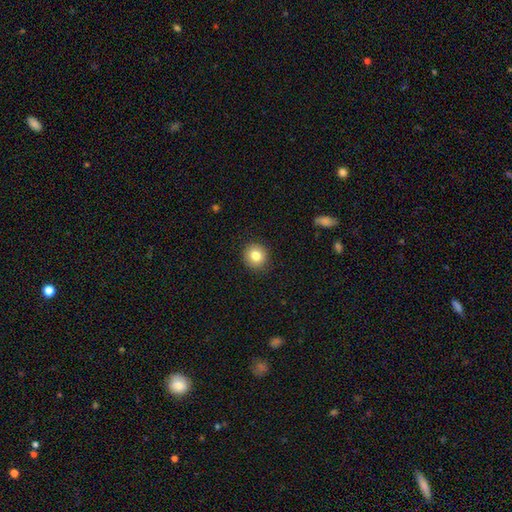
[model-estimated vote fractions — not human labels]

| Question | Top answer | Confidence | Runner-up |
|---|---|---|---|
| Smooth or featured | smooth | 82% | star or artifact (10%) |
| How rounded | round | 90% | in between (9%) |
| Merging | none | 91% | minor disturbance (6%) |